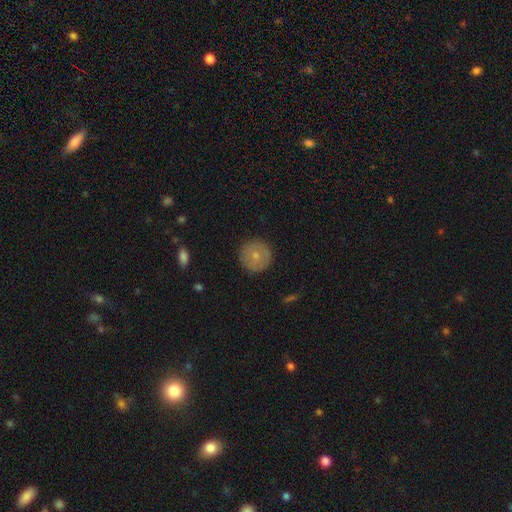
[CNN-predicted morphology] Smooth or featured? smooth (69%)
How rounded? round (96%)
Merging? none (90%)